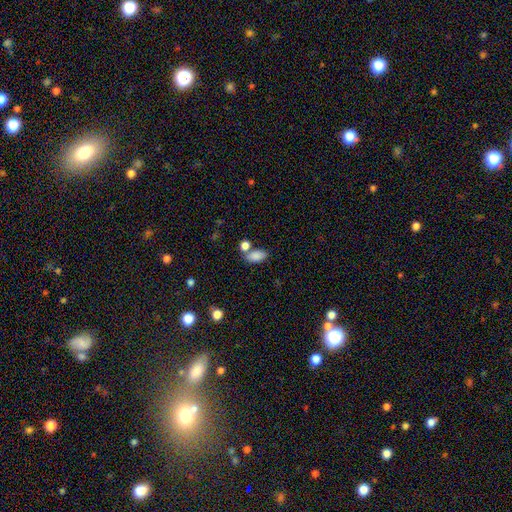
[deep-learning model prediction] smooth 85%, star or artifact 8%, featured or disk 6%. Down the decision tree: how rounded — in between (91%); merging — none (58%).